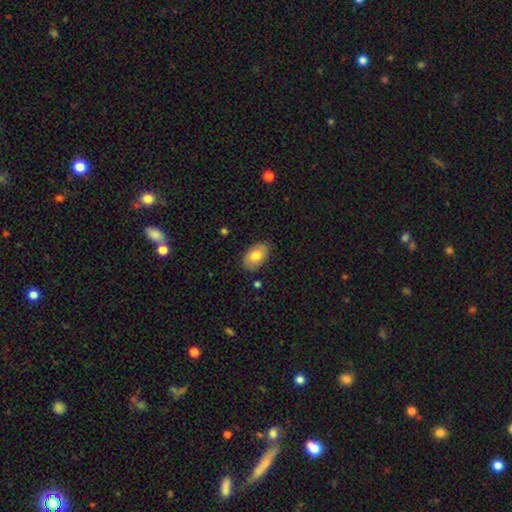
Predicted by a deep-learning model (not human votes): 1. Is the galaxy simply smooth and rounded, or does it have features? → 76% smooth, 17% featured or disk, 7% star or artifact.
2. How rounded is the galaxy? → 91% in between, 7% round, 1% cigar-shaped.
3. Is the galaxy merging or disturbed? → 83% none, 13% minor disturbance, 2% major disturbance, 1% merger.